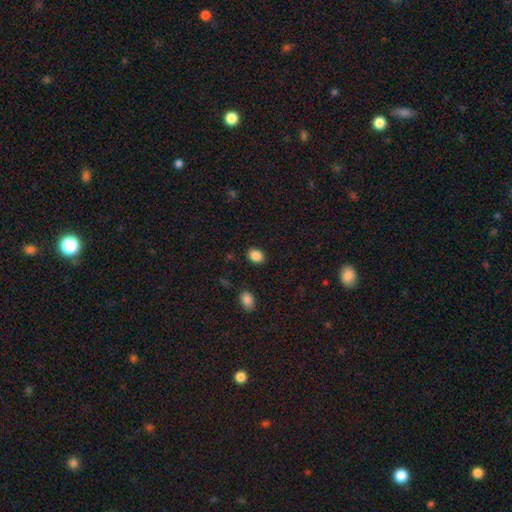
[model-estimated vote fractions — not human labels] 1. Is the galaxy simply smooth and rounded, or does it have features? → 87% smooth, 9% star or artifact, 4% featured or disk.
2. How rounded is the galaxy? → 65% in between, 34% round, 1% cigar-shaped.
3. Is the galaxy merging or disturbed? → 87% none, 9% minor disturbance, 2% major disturbance, 2% merger.